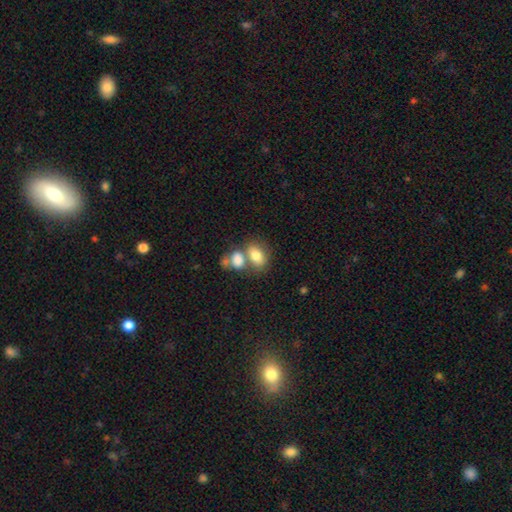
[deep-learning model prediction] smooth_or_featured: smooth (p=0.78) [alt: featured or disk p=0.13]
how_rounded: in between (p=0.81) [alt: round p=0.17]
merging: merger (p=0.49) [alt: none p=0.36]